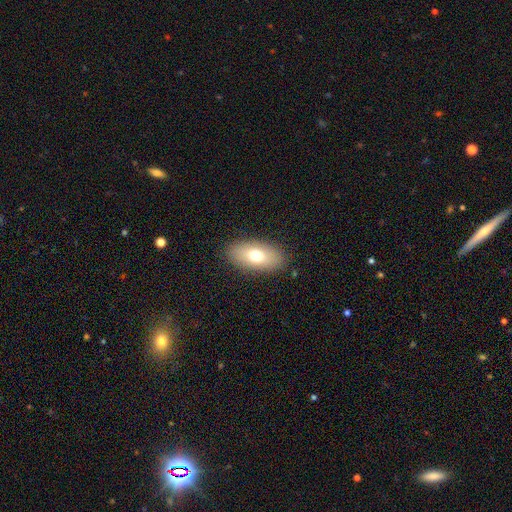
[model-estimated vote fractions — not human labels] Overall: smooth (71%). How rounded: in between (91%). Merging: none (87%).